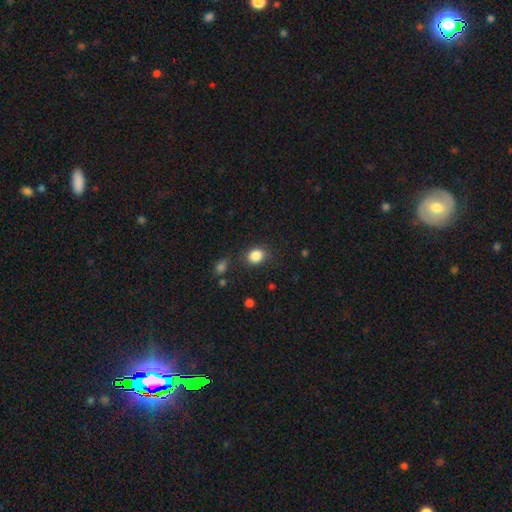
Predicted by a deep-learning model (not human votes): smooth_or_featured: smooth (p=0.85) [alt: star or artifact p=0.10]
how_rounded: round (p=0.60) [alt: in between p=0.39]
merging: none (p=0.81) [alt: minor disturbance p=0.13]